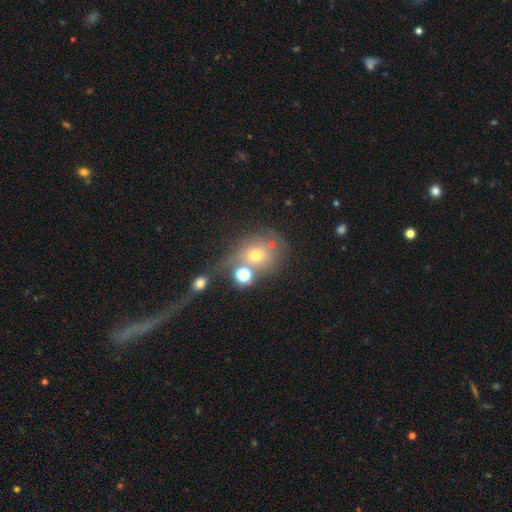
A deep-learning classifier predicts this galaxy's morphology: This is likely a smooth galaxy (61%). How rounded: likely round (72%). Merging: marginally none (42%).